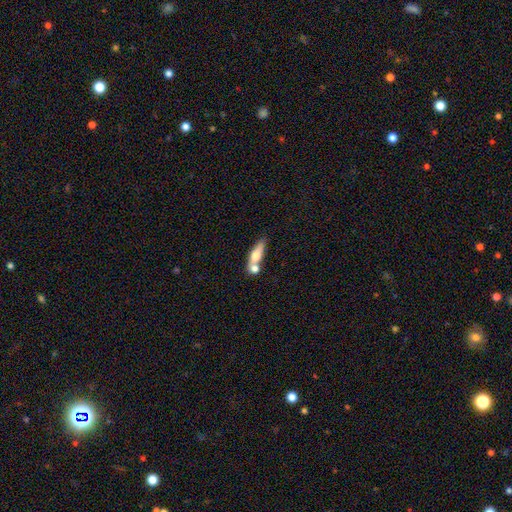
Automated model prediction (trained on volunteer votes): A smooth galaxy with no disk features (62%) that is cigar-shaped (46%, tied with in between). Merging: merger (44%).